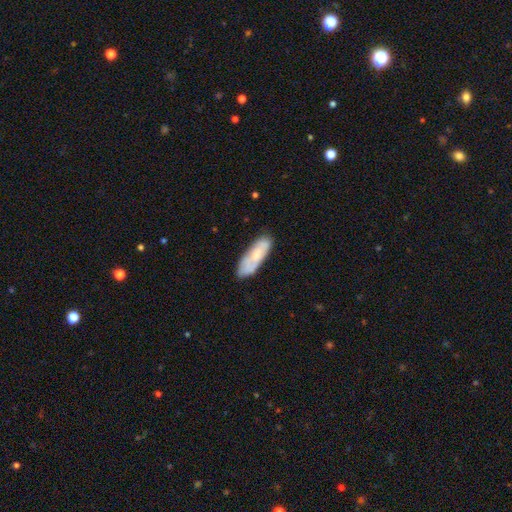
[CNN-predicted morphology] smooth-or-featured: smooth: 62% | featured or disk: 31% | star or artifact: 7%
  how-rounded: in between: 57% | cigar-shaped: 42% | round: 2%
  merging: none: 74% | minor disturbance: 20% | major disturbance: 4% | merger: 2%